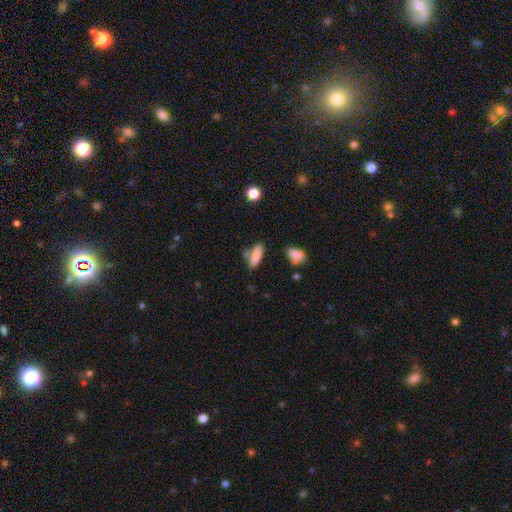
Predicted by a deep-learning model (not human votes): The model was most divided on "how rounded": in between: 63%, cigar-shaped: 34%, round: 3%. More confident: smooth or featured — smooth (84%); merging — none (62%).